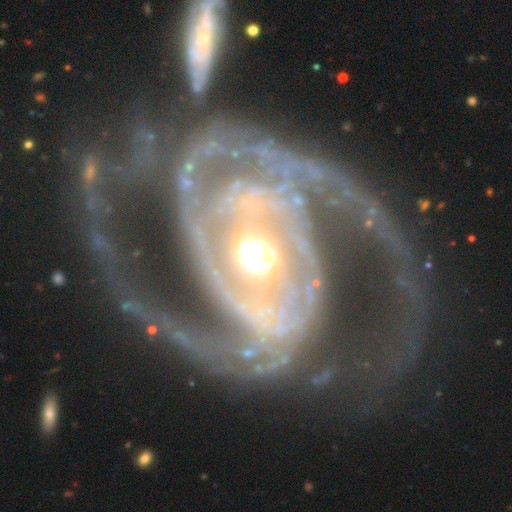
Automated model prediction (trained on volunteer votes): Smooth or featured? featured or disk (92%)
Edge-on disk? no (97%)
Bar? no (47%)
Spiral arms? yes (96%)
Spiral winding? medium (44%)
Spiral arm count? 2 (68%)
Bulge size? moderate (71%)
Merging? none (52%)